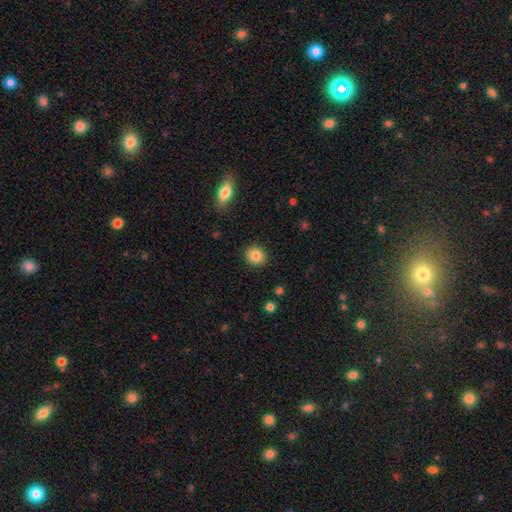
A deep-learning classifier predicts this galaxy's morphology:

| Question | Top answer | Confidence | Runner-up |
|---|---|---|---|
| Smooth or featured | smooth | 84% | star or artifact (9%) |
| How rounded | round | 81% | in between (18%) |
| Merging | none | 90% | minor disturbance (7%) |